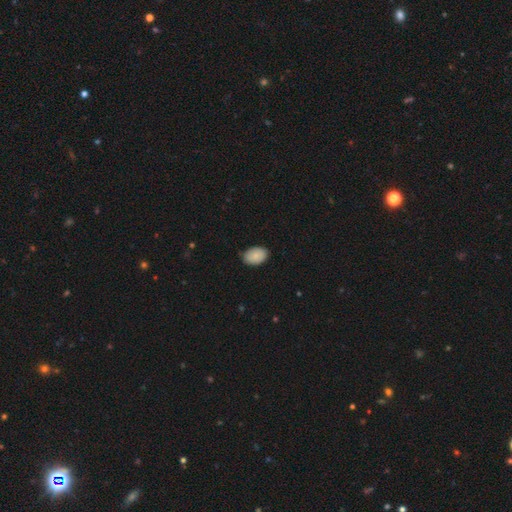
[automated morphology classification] Smooth or featured: smooth — 86% (featured or disk — 7%)
How rounded: in between — 88% (round — 11%)
Merging: none — 82% (minor disturbance — 15%)